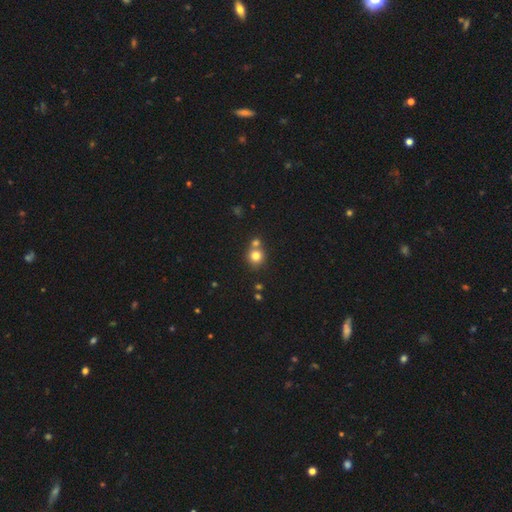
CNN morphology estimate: Smooth or featured? smooth (79%)
How rounded? round (88%)
Merging? none (58%)